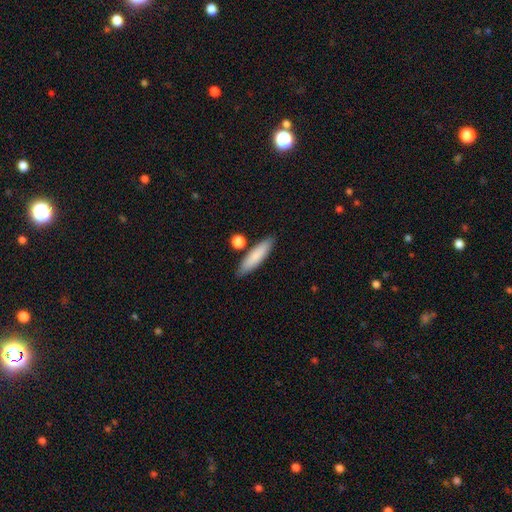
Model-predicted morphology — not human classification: The model was most divided on "how rounded": cigar-shaped: 73%, in between: 25%, round: 2%. More confident: merging — none (82%); smooth or featured — smooth (82%).